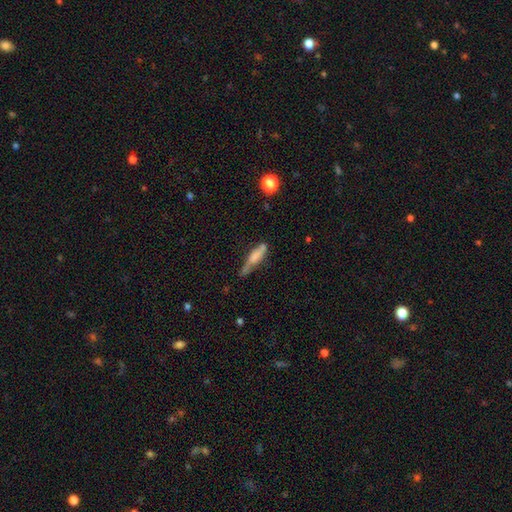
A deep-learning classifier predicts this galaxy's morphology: Smooth or featured? Predicted: smooth (p=0.60). How rounded? Predicted: cigar-shaped (p=0.74). Merging? Predicted: none (p=0.50).